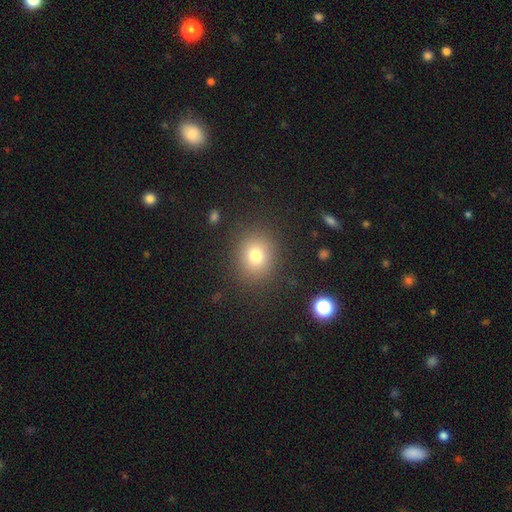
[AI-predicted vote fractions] Q: Smooth or featured?
A: smooth (77%); runner-up: star or artifact (14%)
Q: How rounded?
A: round (74%); runner-up: in between (25%)
Q: Merging?
A: none (86%); runner-up: minor disturbance (8%)